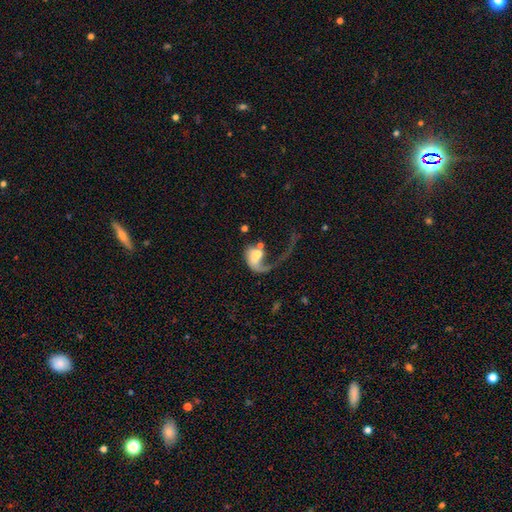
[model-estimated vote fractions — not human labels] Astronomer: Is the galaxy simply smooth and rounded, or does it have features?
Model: featured or disk — 60%.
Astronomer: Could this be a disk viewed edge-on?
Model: no — 97%.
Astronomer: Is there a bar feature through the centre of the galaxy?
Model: no — 69%.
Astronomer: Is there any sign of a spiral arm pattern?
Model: yes — 75%.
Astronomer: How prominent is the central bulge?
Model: none — 29% (runner-up: moderate, 26%).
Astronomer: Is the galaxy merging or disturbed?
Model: major disturbance — 57%.